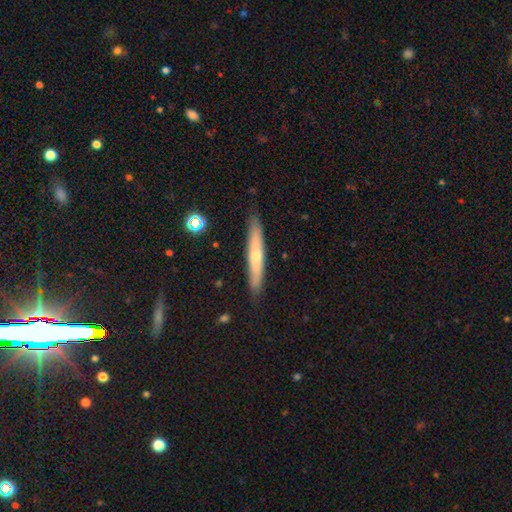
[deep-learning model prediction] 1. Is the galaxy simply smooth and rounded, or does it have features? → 48% smooth, 45% featured or disk, 7% star or artifact.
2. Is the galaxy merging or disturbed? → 88% none, 9% minor disturbance, 2% major disturbance, 1% merger.